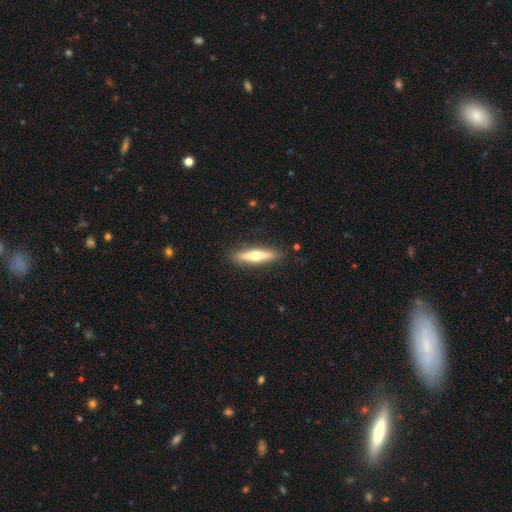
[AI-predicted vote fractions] Smooth or featured? Predicted: featured or disk (p=0.54). Edge-on disk? Predicted: yes (p=0.94). Edge-on bulge? Predicted: rounded (p=0.92). Merging? Predicted: none (p=0.89).